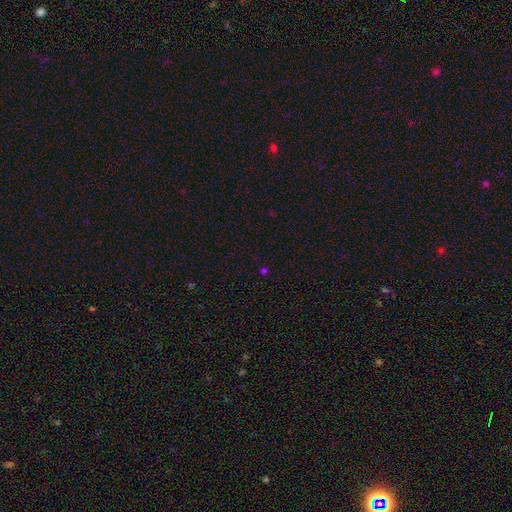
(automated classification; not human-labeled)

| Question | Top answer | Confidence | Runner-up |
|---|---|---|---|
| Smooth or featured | star or artifact | 58% | smooth (36%) |